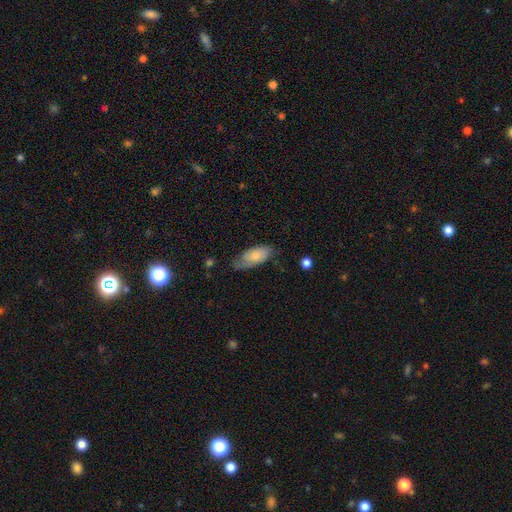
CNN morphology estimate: The model was most divided on "merging": none: 55%, minor disturbance: 34%, major disturbance: 10%, merger: 2%. More confident: how rounded — in between (88%); smooth or featured — smooth (70%).